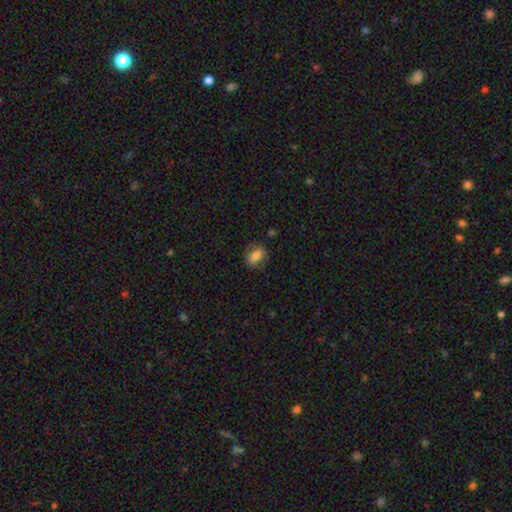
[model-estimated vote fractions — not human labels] Overall: smooth (75%). How rounded: in between (78%). Merging: none (75%).